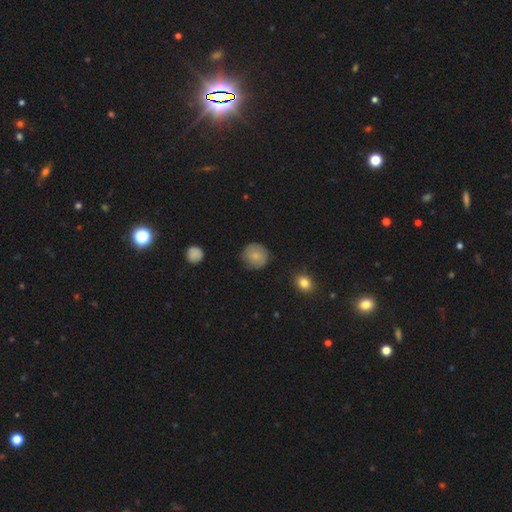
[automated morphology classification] Smooth or featured?
  - smooth: 78% *
  - featured or disk: 14%
  - star or artifact: 8%
How rounded?
  - round: 91% *
  - in between: 8%
  - cigar-shaped: 1%
Merging?
  - none: 81% *
  - minor disturbance: 14%
  - major disturbance: 3%
  - merger: 1%